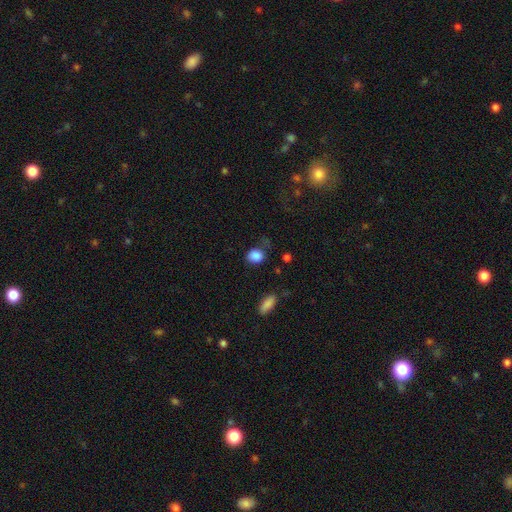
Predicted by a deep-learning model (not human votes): A smooth galaxy with no disk features (87%) that is round (57%).

Vote fractions:
- Smooth or featured? smooth: 87% / star or artifact: 9% / featured or disk: 4%
- How rounded? round: 57% / in between: 41% / cigar-shaped: 1%
- Merging? none: 64% / minor disturbance: 23% / major disturbance: 10% / merger: 3%